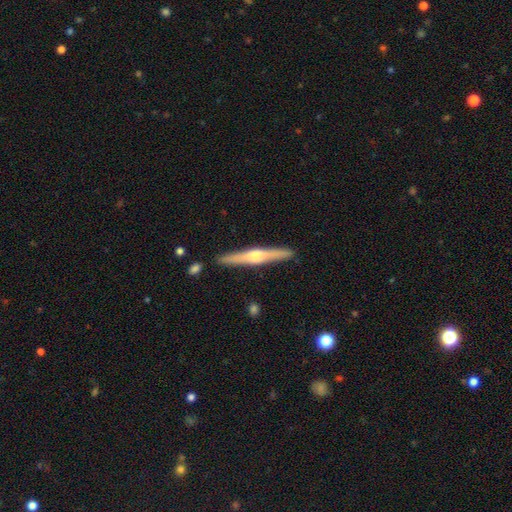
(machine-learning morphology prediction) Q: Smooth or featured?
A: featured or disk (73%); runner-up: smooth (21%)
Q: Edge-on disk?
A: yes (98%); runner-up: no (2%)
Q: Edge-on bulge?
A: rounded (90%); runner-up: boxy (6%)
Q: Merging?
A: none (90%); runner-up: minor disturbance (7%)